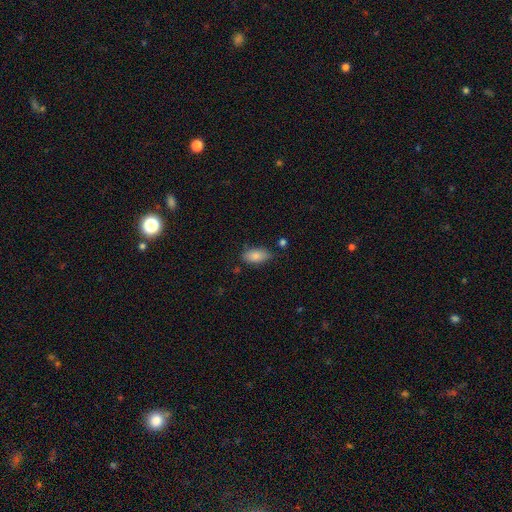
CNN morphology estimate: This appears to be a smooth galaxy with no disk features (84%) that is in between round and cigar-shaped (91%). Merging: none (71%).